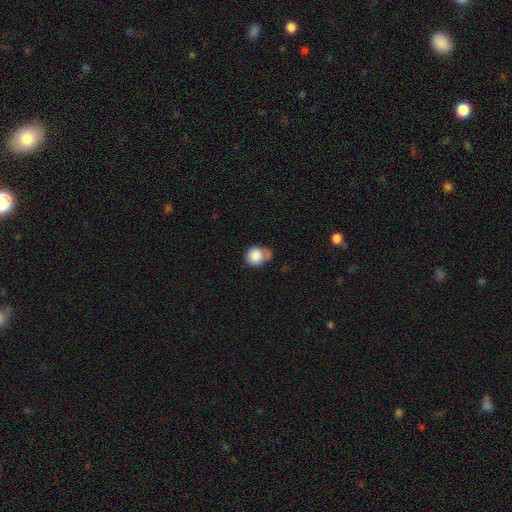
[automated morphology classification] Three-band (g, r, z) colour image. It shows a smooth galaxy with no disk features (84%) that is round (73%). Merging: none (40%).